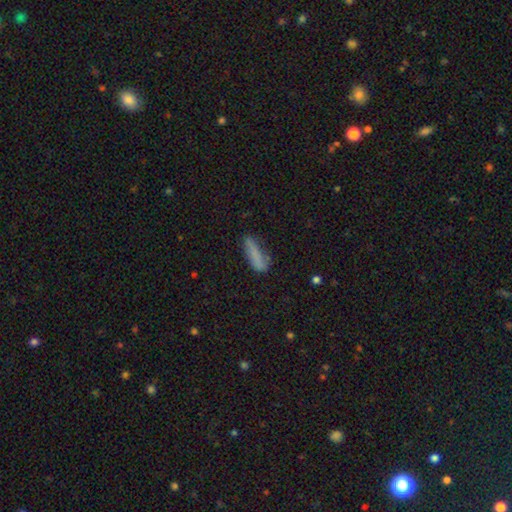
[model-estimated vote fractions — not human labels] This is likely a smooth galaxy (74%). How rounded: likely cigar-shaped (61%). Merging: possibly none (53%).